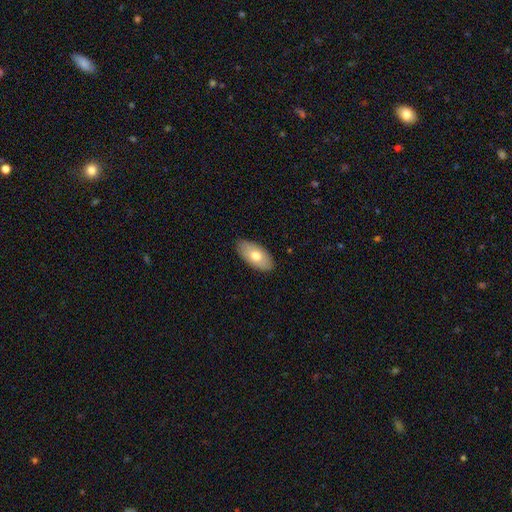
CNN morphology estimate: This is likely a smooth galaxy (72%). How rounded: clearly in between (94%). Merging: clearly none (87%).